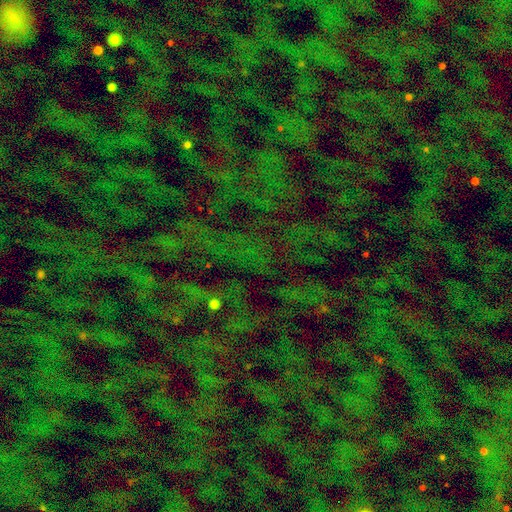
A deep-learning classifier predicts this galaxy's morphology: This is likely a star or artifact rather than a galaxy (73%).